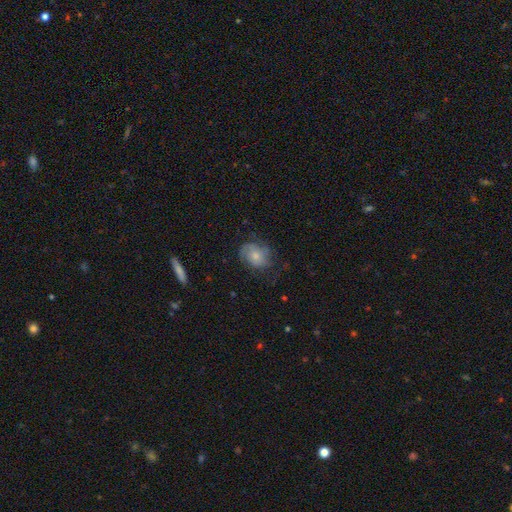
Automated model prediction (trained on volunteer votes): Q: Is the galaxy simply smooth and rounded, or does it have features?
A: smooth — 50%.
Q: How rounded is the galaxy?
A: in between — 53%.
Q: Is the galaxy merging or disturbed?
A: none — 57%.